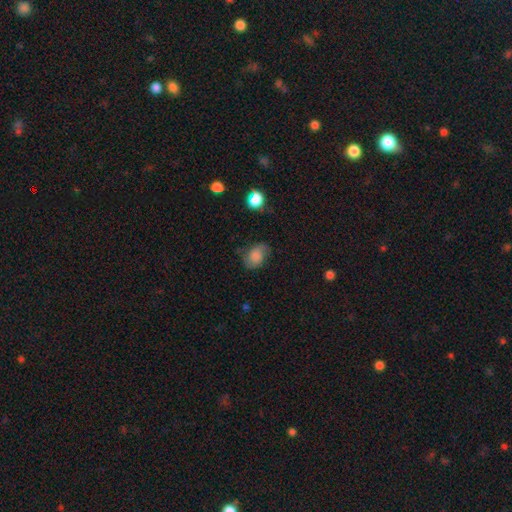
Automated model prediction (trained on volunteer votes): Q: Smooth or featured?
A: smooth (62%); runner-up: featured or disk (28%)
Q: How rounded?
A: in between (71%); runner-up: round (28%)
Q: Merging?
A: none (61%); runner-up: minor disturbance (26%)